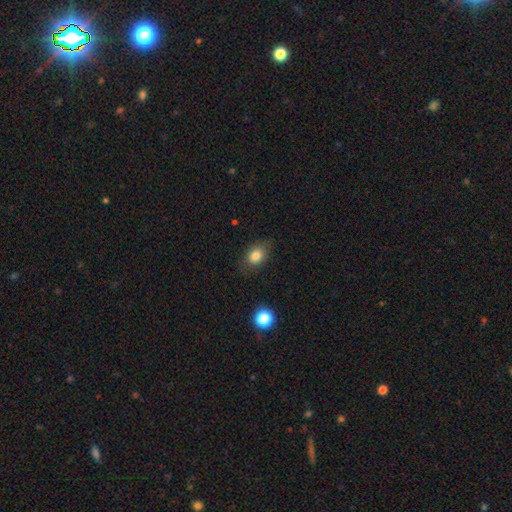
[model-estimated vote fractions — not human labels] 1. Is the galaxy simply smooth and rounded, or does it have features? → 81% smooth, 10% star or artifact, 9% featured or disk.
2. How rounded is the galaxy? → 69% in between, 29% round, 2% cigar-shaped.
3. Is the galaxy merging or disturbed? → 75% none, 18% minor disturbance, 5% major disturbance, 2% merger.